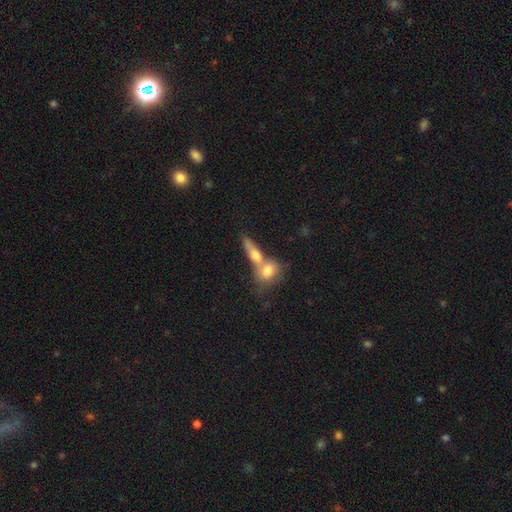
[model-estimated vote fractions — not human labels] A smooth galaxy with no disk features (64%) that is in between round and cigar-shaped (51%). Merging: merger (58%).